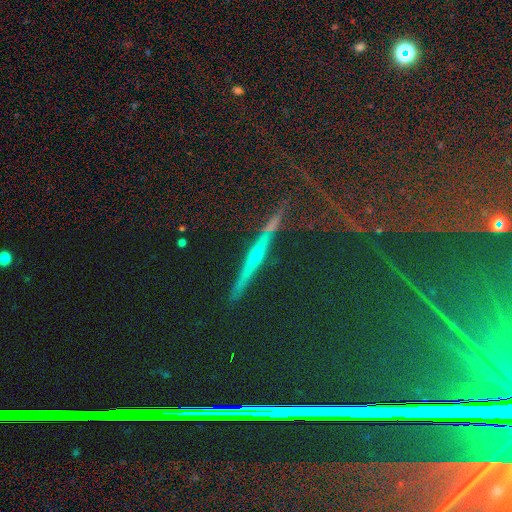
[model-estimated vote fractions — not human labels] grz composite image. It shows a star or artifact, not a galaxy (46%).